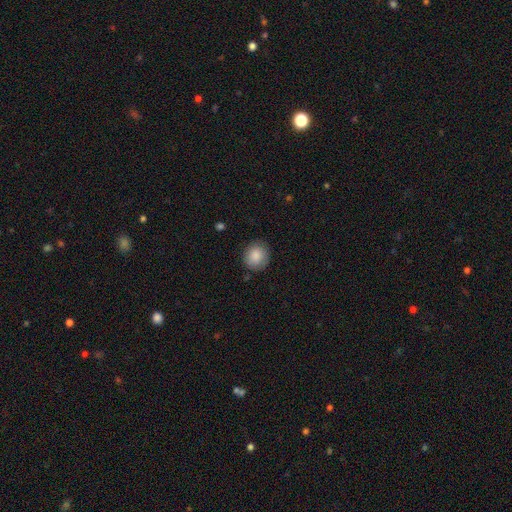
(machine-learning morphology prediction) type=smooth (87%); roundness=round (82%); merging=none (83%).